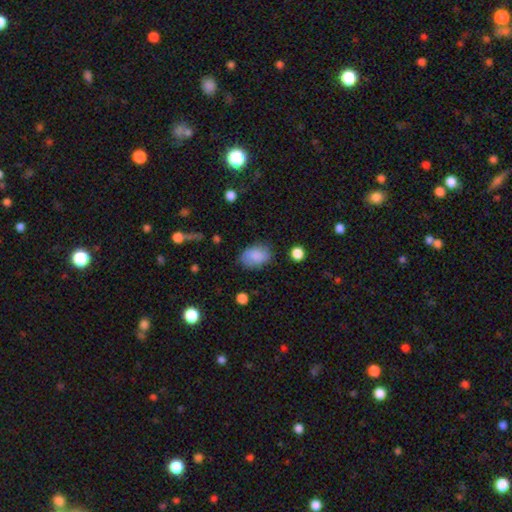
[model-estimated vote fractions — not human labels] Smooth or featured?
  - smooth: 86% *
  - star or artifact: 8%
  - featured or disk: 6%
How rounded?
  - in between: 83% *
  - round: 16%
  - cigar-shaped: 1%
Merging?
  - none: 77% *
  - minor disturbance: 17%
  - major disturbance: 5%
  - merger: 2%